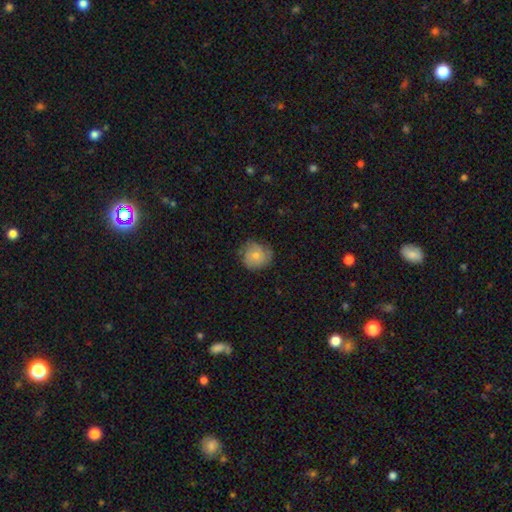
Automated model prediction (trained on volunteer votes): This is likely a smooth galaxy (70%). How rounded: clearly round (86%). Merging: likely none (67%).